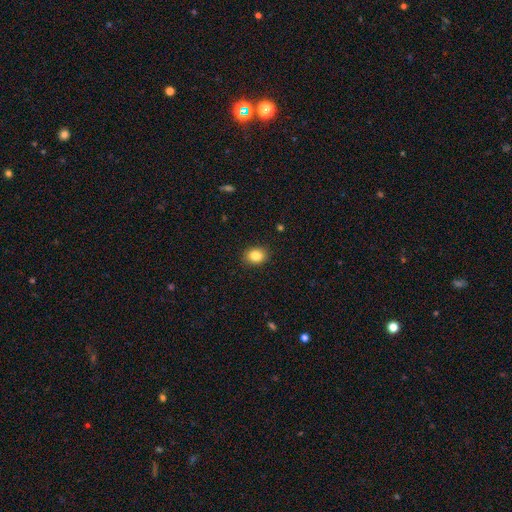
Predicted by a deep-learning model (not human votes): Overall: smooth (85%). How rounded: in between (55%; round 44%). Merging: none (89%).